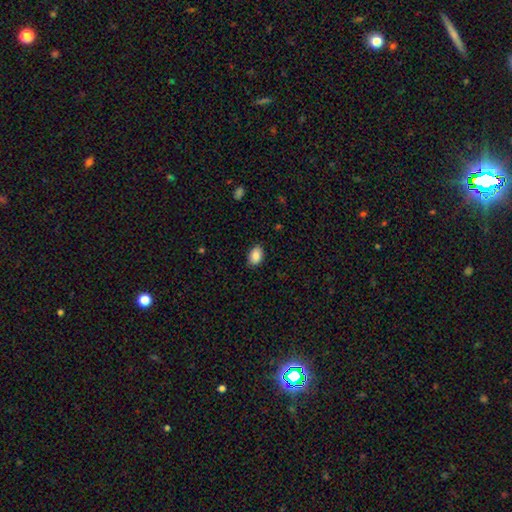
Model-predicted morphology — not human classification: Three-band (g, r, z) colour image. It shows a smooth galaxy with no disk features (87%) that is in between round and cigar-shaped (83%). Merging: none (86%).